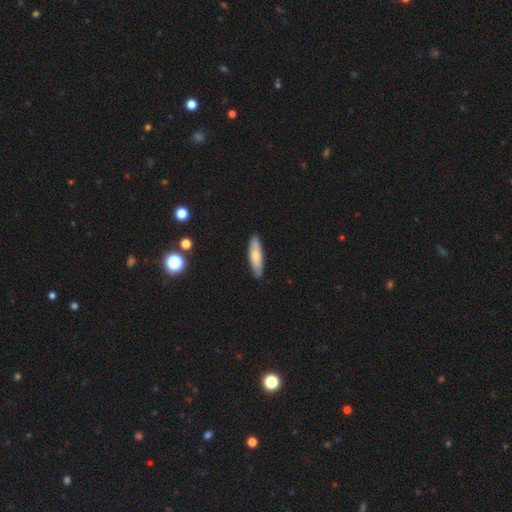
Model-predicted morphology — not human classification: The model was most divided on "how rounded": cigar-shaped: 62%, in between: 37%, round: 2%. More confident: merging — none (87%); smooth or featured — smooth (70%).